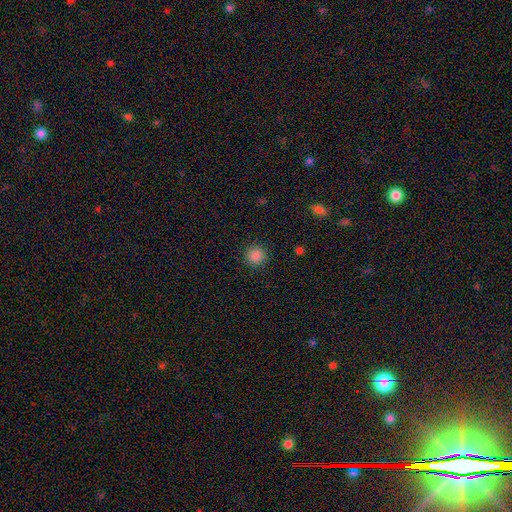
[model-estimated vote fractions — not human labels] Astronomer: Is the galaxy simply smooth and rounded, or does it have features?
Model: smooth — 86%.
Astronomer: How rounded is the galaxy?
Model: round — 94%.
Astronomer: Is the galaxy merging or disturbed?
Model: none — 91%.